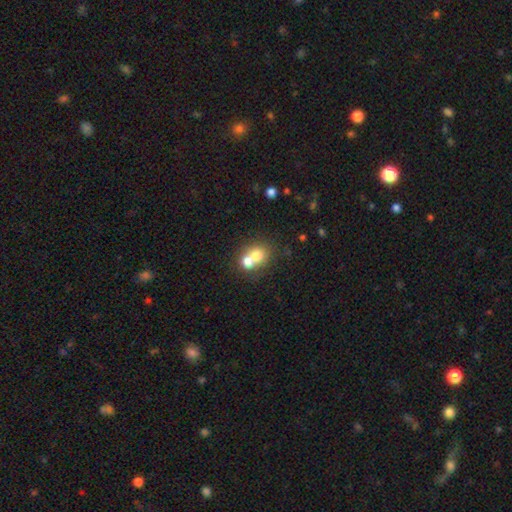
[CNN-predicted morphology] Q: Smooth or featured?
A: smooth (70%); runner-up: featured or disk (19%)
Q: How rounded?
A: round (71%); runner-up: in between (28%)
Q: Merging?
A: merger (61%); runner-up: none (30%)